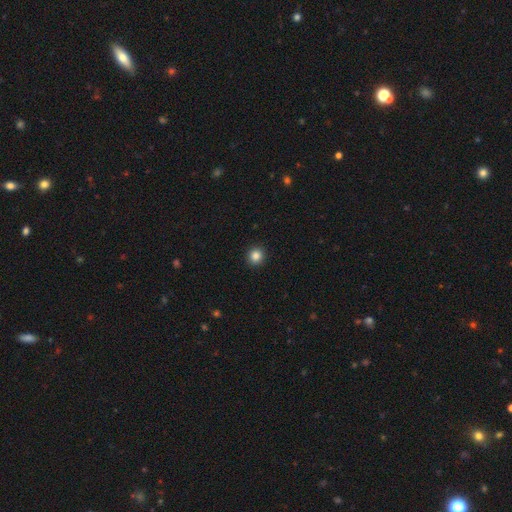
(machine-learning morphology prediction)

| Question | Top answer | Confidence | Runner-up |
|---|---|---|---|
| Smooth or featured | smooth | 85% | star or artifact (11%) |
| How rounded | round | 91% | in between (8%) |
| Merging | none | 93% | minor disturbance (5%) |